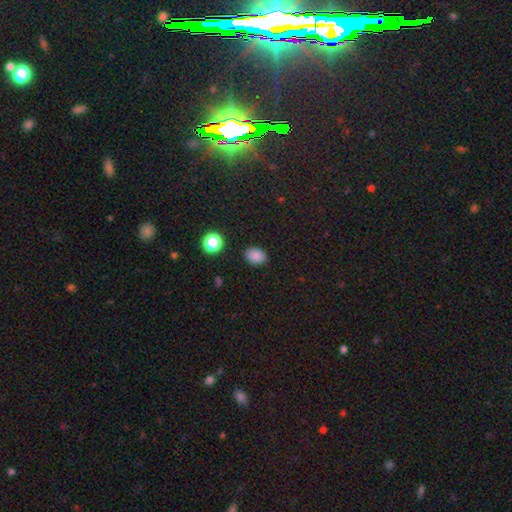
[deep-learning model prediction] This is clearly a smooth galaxy (84%). How rounded: likely in between (64%). Merging: clearly none (86%).